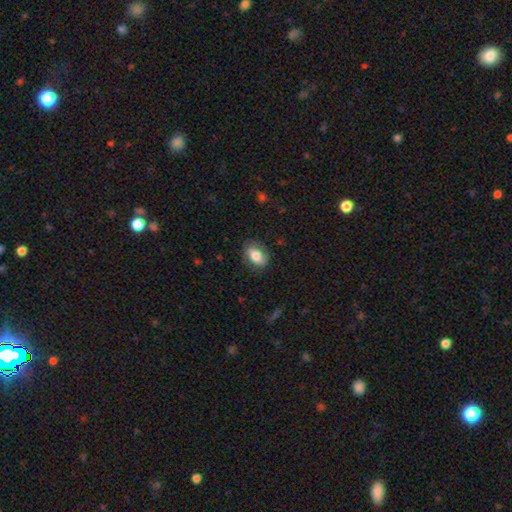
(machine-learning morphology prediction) smooth 73%, featured or disk 19%, star or artifact 7%. Down the decision tree: how rounded — in between (84%); merging — none (79%).